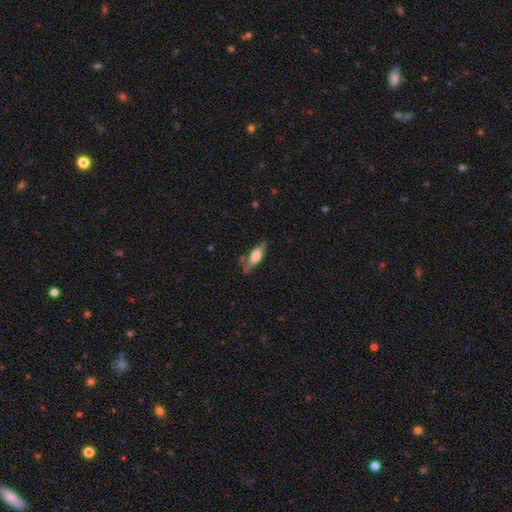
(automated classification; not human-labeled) Q: Smooth or featured?
A: smooth (60%); runner-up: featured or disk (33%)
Q: How rounded?
A: in between (56%); runner-up: cigar-shaped (42%)
Q: Merging?
A: none (65%); runner-up: minor disturbance (24%)